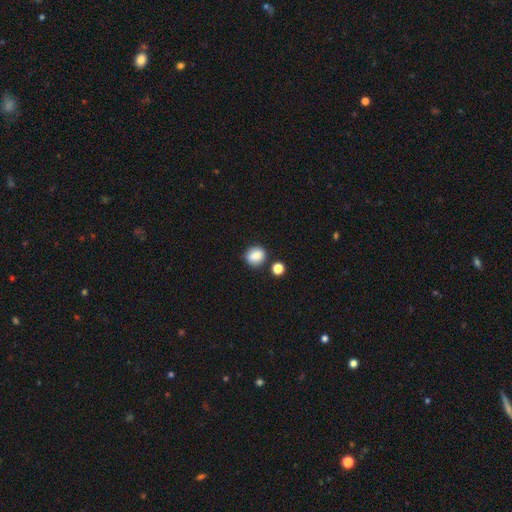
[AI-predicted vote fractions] smooth-or-featured: smooth: 85% | star or artifact: 9% | featured or disk: 6%
  how-rounded: round: 69% | in between: 30% | cigar-shaped: 1%
  merging: none: 78% | minor disturbance: 11% | merger: 7% | major disturbance: 3%